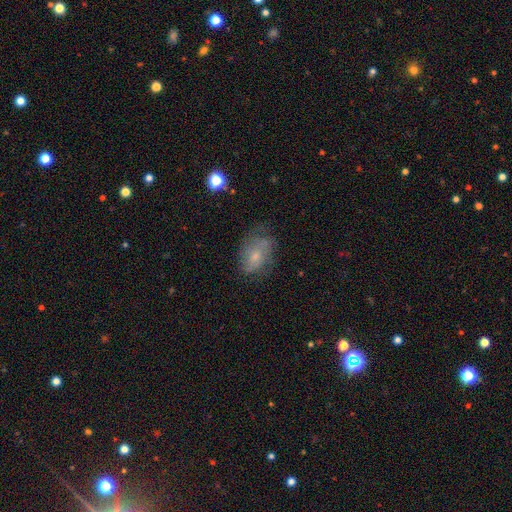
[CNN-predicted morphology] Smooth or featured? smooth (55%)
How rounded? in between (81%)
Merging? none (56%)